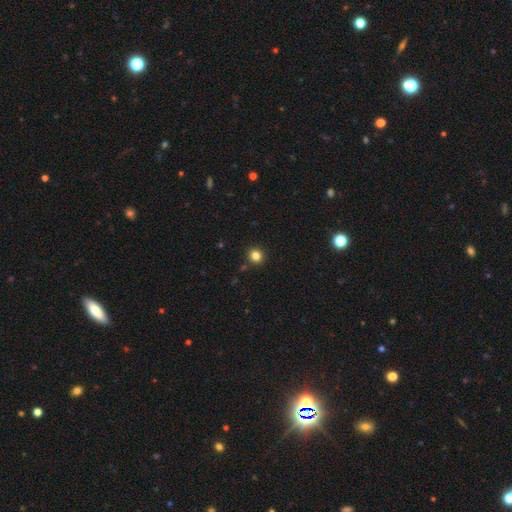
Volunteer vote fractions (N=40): A smooth galaxy with no disk features (90%) that is round (97%).

Vote fractions:
- Smooth or featured? smooth: 90% / star or artifact: 8% / featured or disk: 2%
- How rounded? round: 97% / in between: 3% / cigar-shaped: 0%
- Merging? none: 89% / minor disturbance: 8% / merger: 3% / major disturbance: 0%